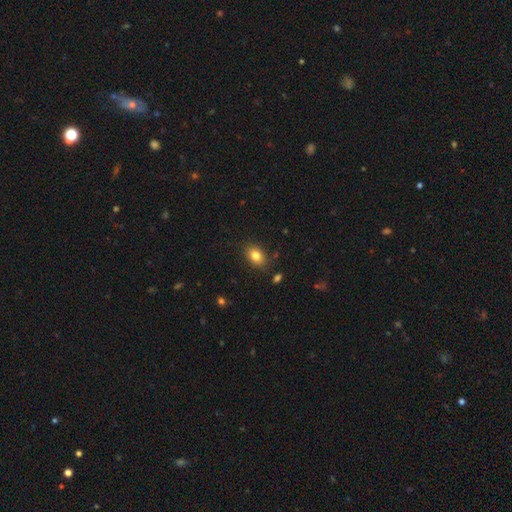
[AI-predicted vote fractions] smooth_or_featured: smooth (p=0.82) [alt: star or artifact p=0.10]
how_rounded: in between (p=0.77) [alt: round p=0.22]
merging: none (p=0.84) [alt: minor disturbance p=0.12]